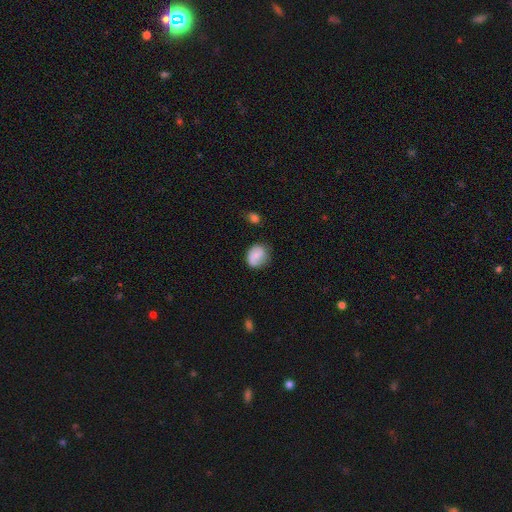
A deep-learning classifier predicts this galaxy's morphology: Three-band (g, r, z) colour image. It shows a smooth galaxy with no disk features (61%) that is round (58%). Merging: none (68%).